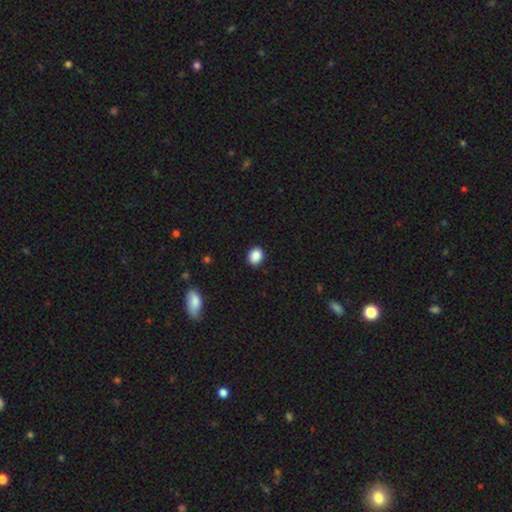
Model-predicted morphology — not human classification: A smooth galaxy with no disk features (88%) that is round (57%).

Vote fractions:
- Smooth or featured? smooth: 88% / star or artifact: 9% / featured or disk: 3%
- How rounded? round: 57% / in between: 42% / cigar-shaped: 1%
- Merging? none: 89% / minor disturbance: 8% / major disturbance: 2% / merger: 1%